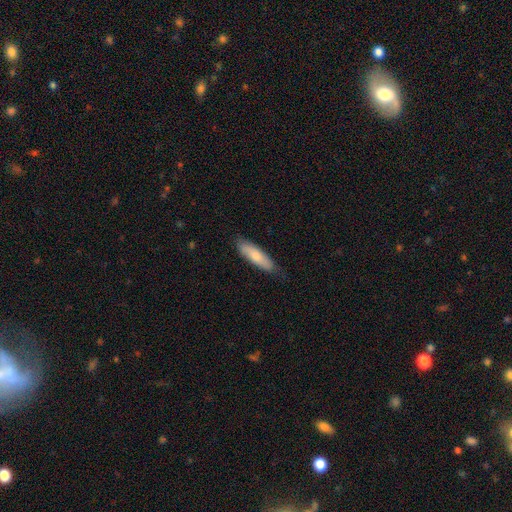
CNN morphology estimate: Overall: smooth (74%). How rounded: cigar-shaped (57%; in between 41%). Merging: none (77%).